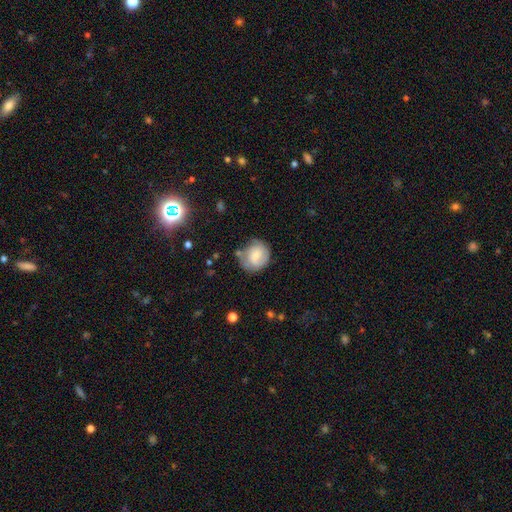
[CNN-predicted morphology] A smooth galaxy with no disk features (58%) that is round (79%). Merging: none (59%).